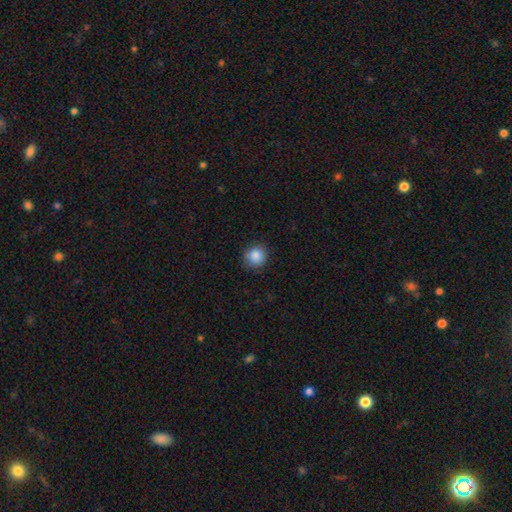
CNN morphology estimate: Q: Smooth or featured?
A: smooth (87%); runner-up: star or artifact (9%)
Q: How rounded?
A: round (90%); runner-up: in between (9%)
Q: Merging?
A: none (85%); runner-up: minor disturbance (12%)